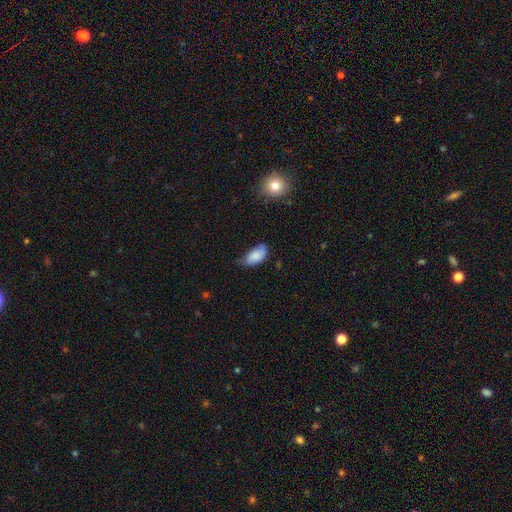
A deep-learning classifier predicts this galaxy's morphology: Smooth or featured? smooth (78%)
How rounded? in between (93%)
Merging? none (45%)